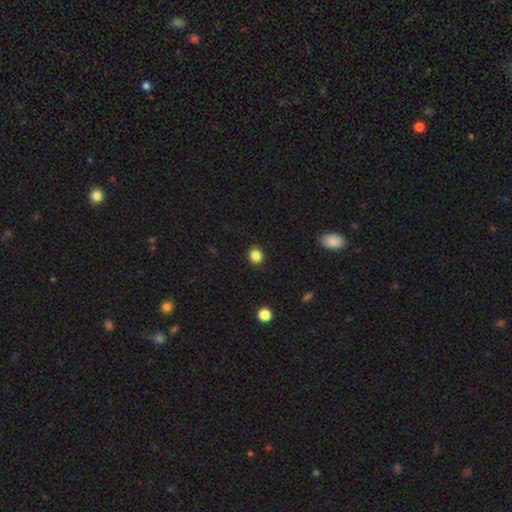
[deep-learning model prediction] Smooth or featured? smooth (85%)
How rounded? round (87%)
Merging? none (91%)